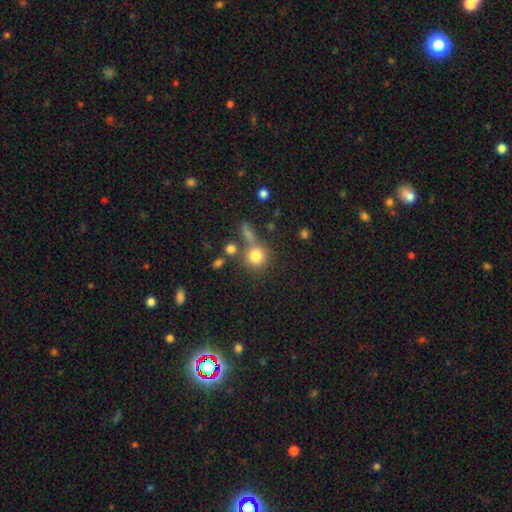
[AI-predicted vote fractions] smooth 79%, star or artifact 12%, featured or disk 9%. Down the decision tree: how rounded — round (88%); merging — none (60%).